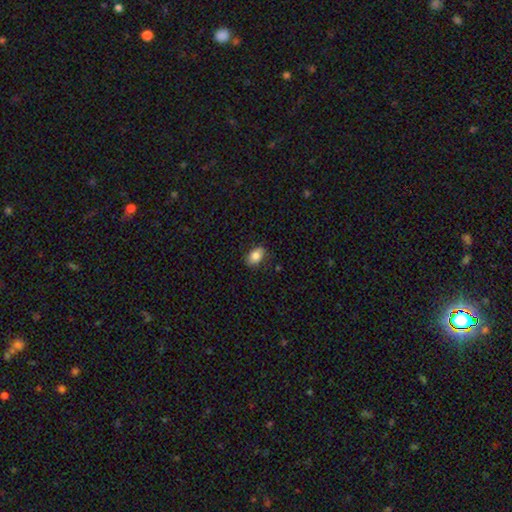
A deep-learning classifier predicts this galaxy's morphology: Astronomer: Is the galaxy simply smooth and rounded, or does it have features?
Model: smooth — 84%.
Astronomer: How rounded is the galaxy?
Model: in between — 87%.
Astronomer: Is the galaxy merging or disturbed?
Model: none — 83%.